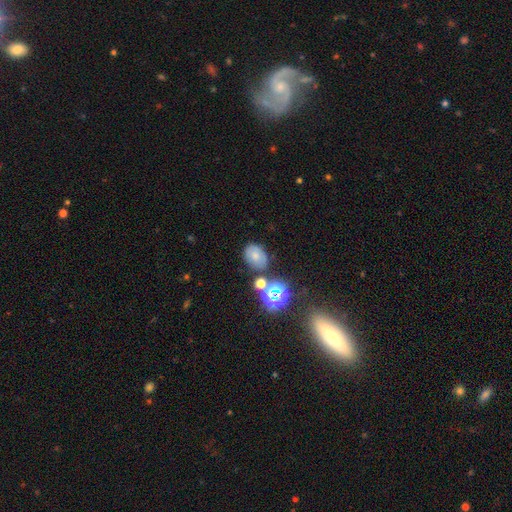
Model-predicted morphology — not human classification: This is likely a smooth galaxy (62%). How rounded: likely in between (69%). Merging: likely none (70%).